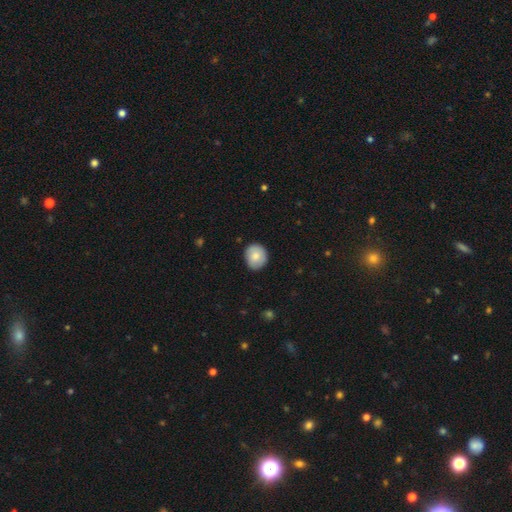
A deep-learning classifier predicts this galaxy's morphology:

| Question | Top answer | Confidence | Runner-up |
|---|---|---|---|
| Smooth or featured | smooth | 81% | featured or disk (12%) |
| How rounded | round | 78% | in between (21%) |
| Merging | none | 85% | minor disturbance (12%) |